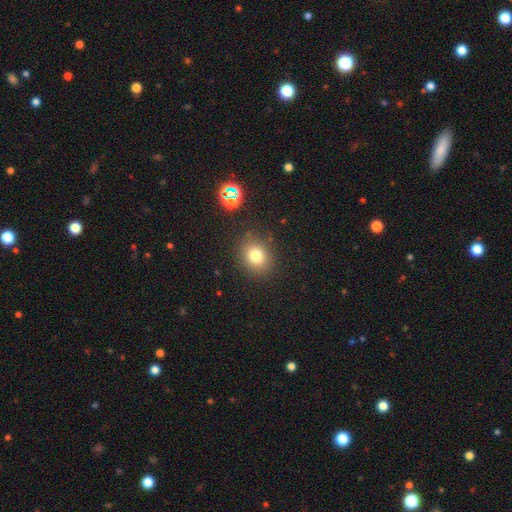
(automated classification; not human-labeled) smooth-or-featured: smooth: 77% | star or artifact: 15% | featured or disk: 8%
  how-rounded: round: 68% | in between: 32% | cigar-shaped: 1%
  merging: none: 85% | minor disturbance: 9% | major disturbance: 3% | merger: 2%